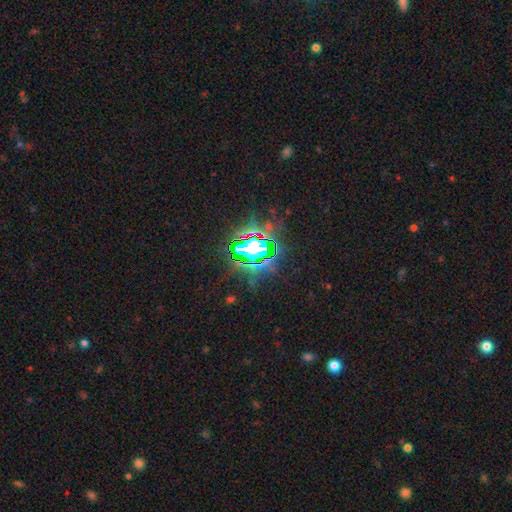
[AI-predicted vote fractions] Smooth or featured? star or artifact (83%)